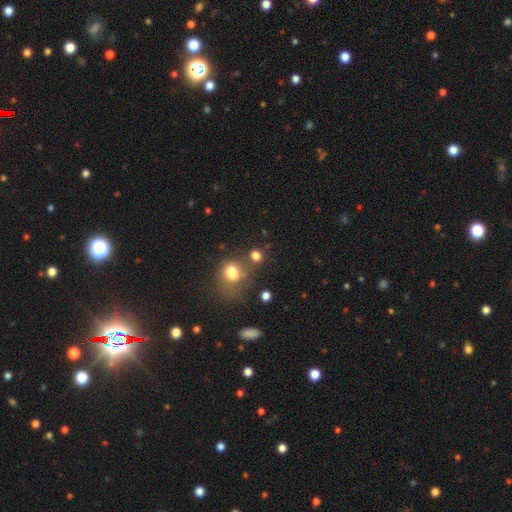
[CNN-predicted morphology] Smooth or featured? smooth (75%)
How rounded? round (69%)
Merging? none (56%)